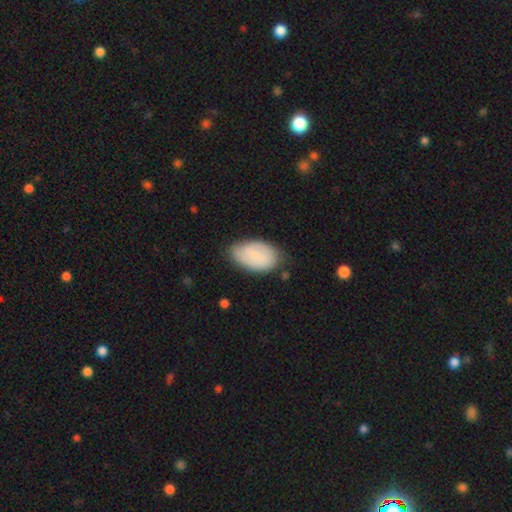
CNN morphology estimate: This is possibly a smooth galaxy (49%). Merging: likely none (70%).